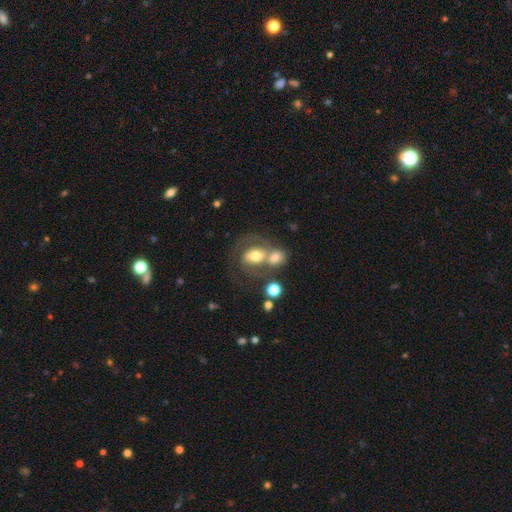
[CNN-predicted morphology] Smooth or featured: featured or disk — 52% (smooth — 39%)
Edge-on disk: no — 96% (yes — 4%)
Bar: no — 51% (weak — 32%)
Spiral arms: yes — 67% (no — 33%)
Bulge size: moderate — 60% (large — 22%)
Merging: merger — 53% (none — 26%)